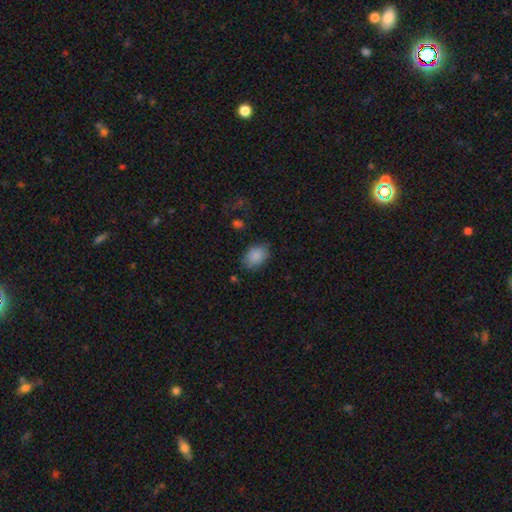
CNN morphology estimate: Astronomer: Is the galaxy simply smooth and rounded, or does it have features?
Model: smooth — 88%.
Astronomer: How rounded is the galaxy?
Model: in between — 75%.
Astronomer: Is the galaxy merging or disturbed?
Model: none — 80%.